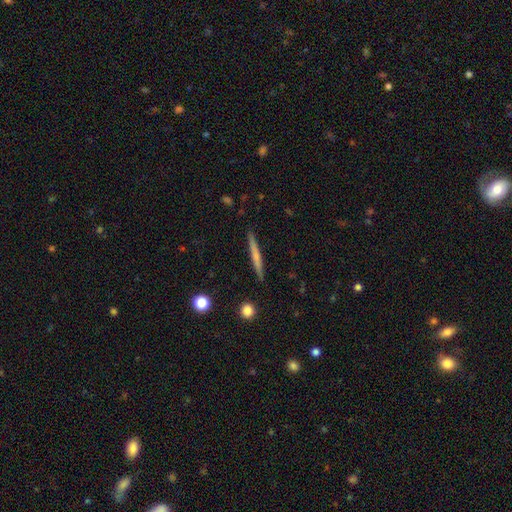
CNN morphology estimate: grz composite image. It shows a smooth galaxy with no disk features (52%) that is cigar-shaped (95%). Merging: none (91%).